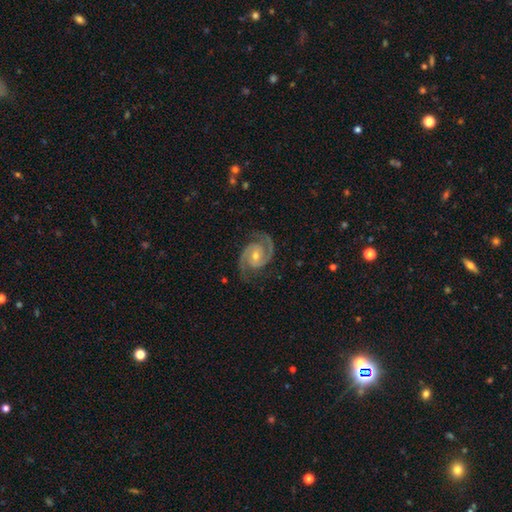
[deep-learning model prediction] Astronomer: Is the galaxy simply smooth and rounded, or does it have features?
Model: featured or disk — 93%.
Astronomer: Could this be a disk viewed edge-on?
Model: no — 98%.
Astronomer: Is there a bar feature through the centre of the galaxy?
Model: no — 56% (runner-up: weak, 33%).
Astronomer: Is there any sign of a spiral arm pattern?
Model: yes — 99%.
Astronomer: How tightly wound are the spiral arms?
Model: medium — 53% (runner-up: tight, 40%).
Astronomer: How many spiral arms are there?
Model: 2 — 94%.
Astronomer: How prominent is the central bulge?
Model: moderate — 48%, tied with small at 48%.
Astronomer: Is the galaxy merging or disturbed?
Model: none — 83%.